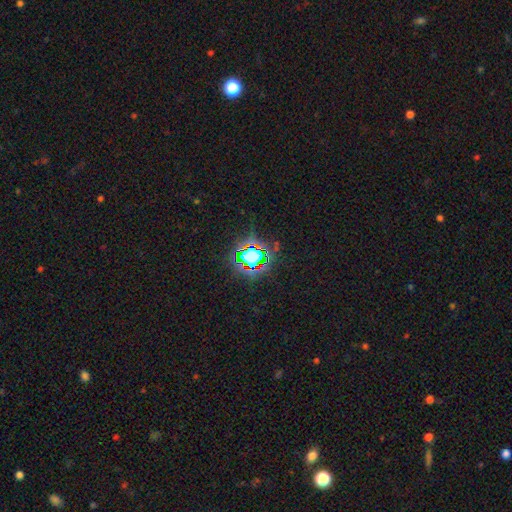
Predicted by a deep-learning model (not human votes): Overall: star or artifact (69%).